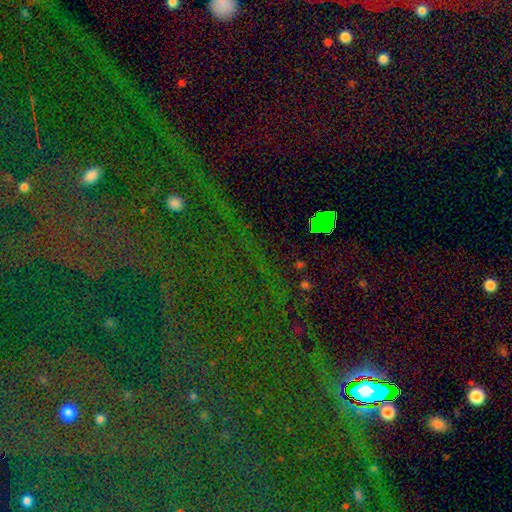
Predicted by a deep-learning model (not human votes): A star or artifact, not a galaxy (83%).